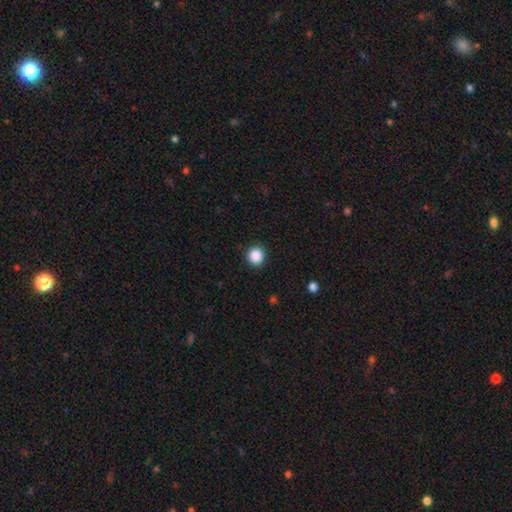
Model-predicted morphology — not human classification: type=smooth (88%); roundness=round (91%); merging=none (90%).